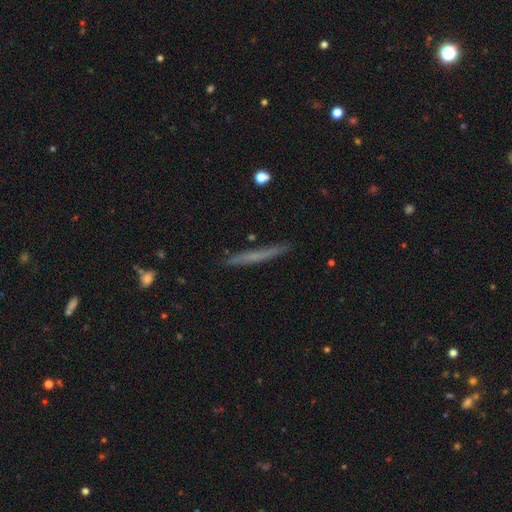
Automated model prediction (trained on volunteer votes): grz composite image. It shows a smooth galaxy with no disk features (56%) that is cigar-shaped (96%). Merging: none (87%).